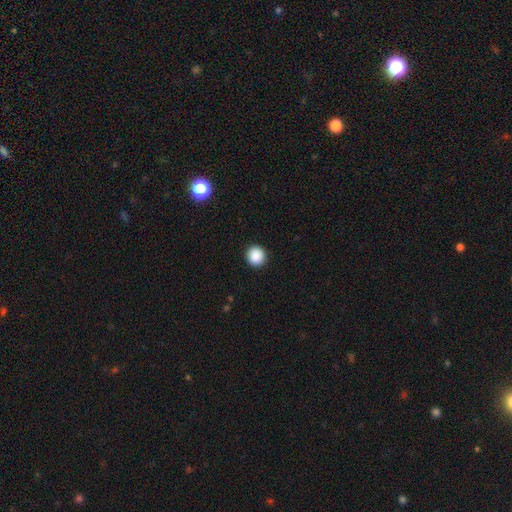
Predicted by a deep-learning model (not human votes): The model was most divided on "smooth or featured": smooth: 89%, star or artifact: 9%, featured or disk: 3%. More confident: how rounded — round (94%); merging — none (93%).